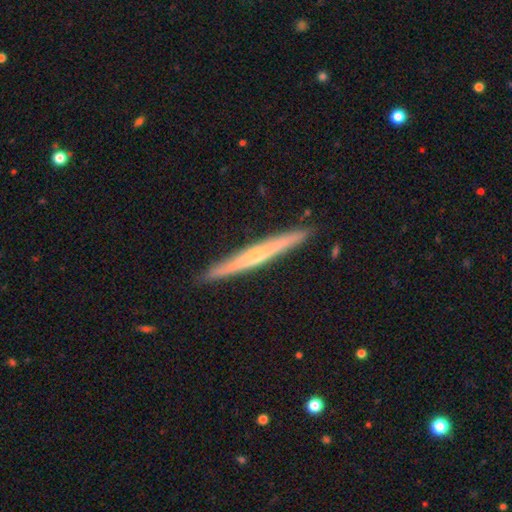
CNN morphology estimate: This is likely a featured or disk galaxy (64%). It is clearly viewed edge-on (97%). Edge-on bulge: possibly rounded (52%). Merging: clearly none (91%).